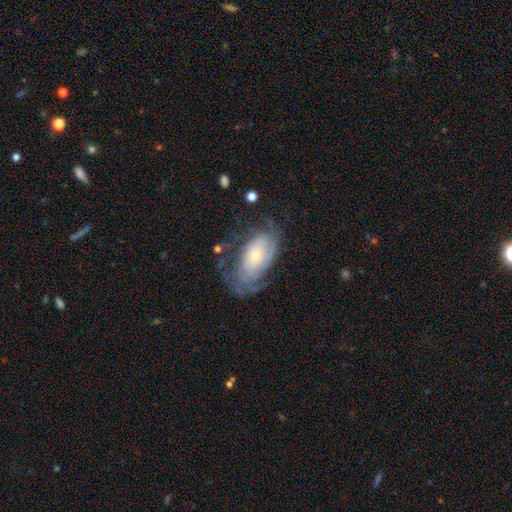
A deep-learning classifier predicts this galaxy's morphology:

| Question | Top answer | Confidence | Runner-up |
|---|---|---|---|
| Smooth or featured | featured or disk | 69% | smooth (24%) |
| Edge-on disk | no | 94% | yes (6%) |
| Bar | no | 75% | weak (20%) |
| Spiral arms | yes | 81% | no (19%) |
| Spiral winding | tight | 54% | medium (30%) |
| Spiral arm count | can't tell | 52% | 2 (22%) |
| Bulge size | small | 68% | moderate (26%) |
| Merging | none | 51% | minor disturbance (24%) |